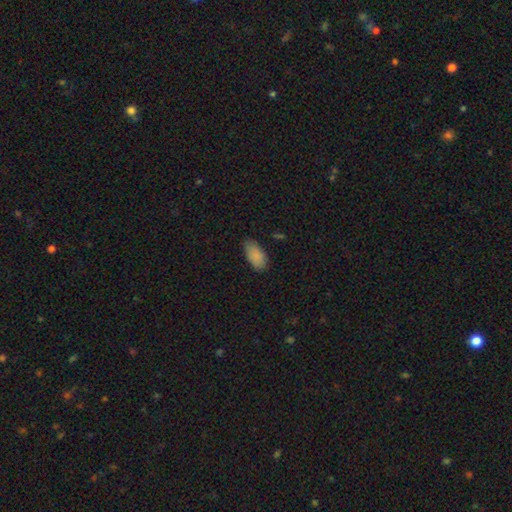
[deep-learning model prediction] Morphology: type=smooth (87%); roundness=in between (93%); merging=none (76%).